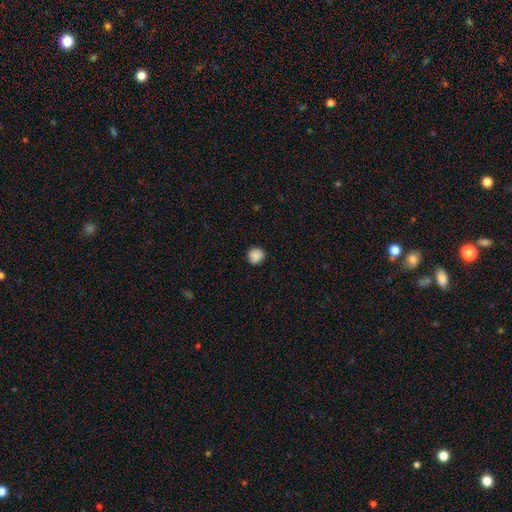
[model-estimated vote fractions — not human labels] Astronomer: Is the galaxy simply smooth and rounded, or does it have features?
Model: smooth — 88%.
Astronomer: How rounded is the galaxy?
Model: round — 90%.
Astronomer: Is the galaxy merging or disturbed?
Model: none — 89%.